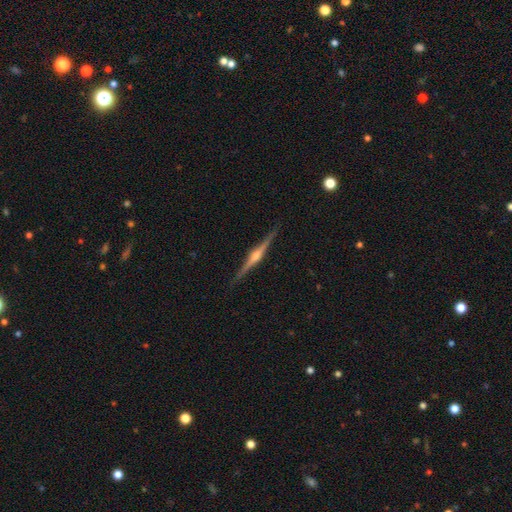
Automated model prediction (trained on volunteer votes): A featured or disk galaxy (86%) viewed edge-on (99%) with a rounded central bulge (90%). Merging: none (91%).